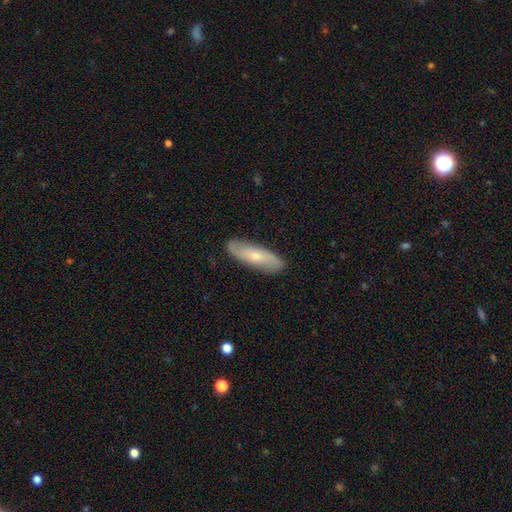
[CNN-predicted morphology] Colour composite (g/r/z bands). It shows a featured or disk galaxy (50%). Merging: none (86%).